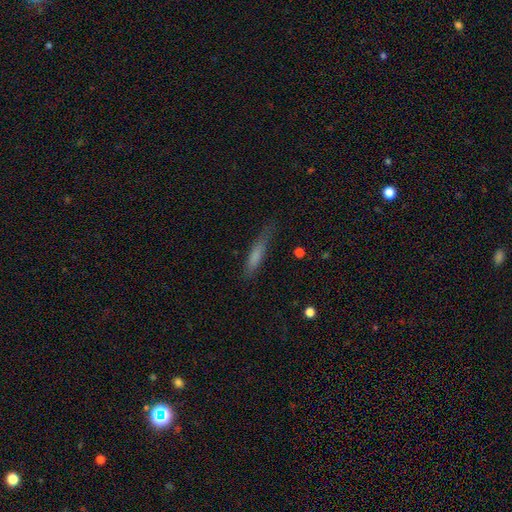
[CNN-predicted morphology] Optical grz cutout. It shows a smooth galaxy with no disk features (73%) that is cigar-shaped (80%). Merging: none (69%).